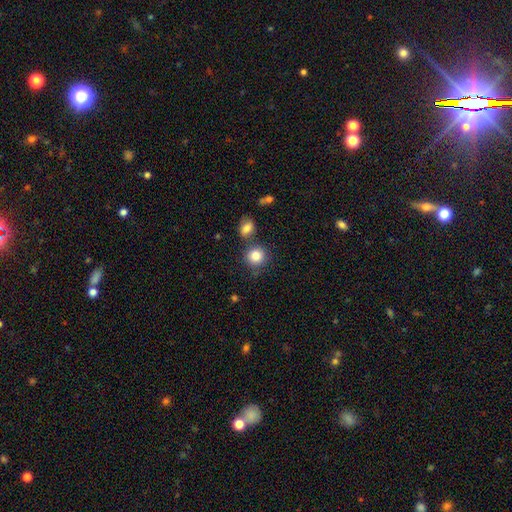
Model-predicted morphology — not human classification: Q: Smooth or featured?
A: smooth (84%); runner-up: star or artifact (9%)
Q: How rounded?
A: round (88%); runner-up: in between (11%)
Q: Merging?
A: none (71%); runner-up: merger (15%)